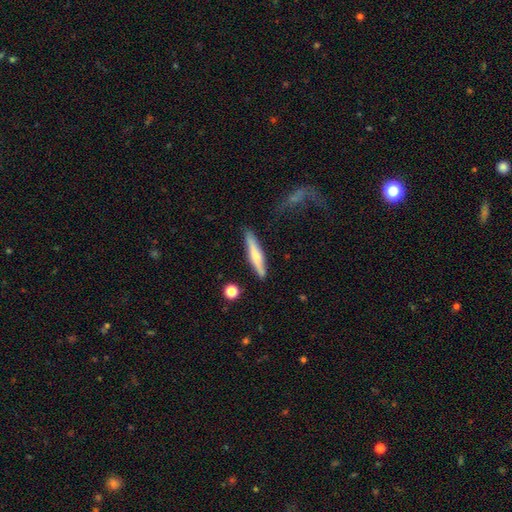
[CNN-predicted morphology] A smooth galaxy with no disk features (53%) that is cigar-shaped (90%).

Vote fractions:
- Smooth or featured? smooth: 53% / featured or disk: 41% / star or artifact: 6%
- How rounded? cigar-shaped: 90% / in between: 9% / round: 2%
- Merging? none: 85% / minor disturbance: 11% / major disturbance: 2% / merger: 2%